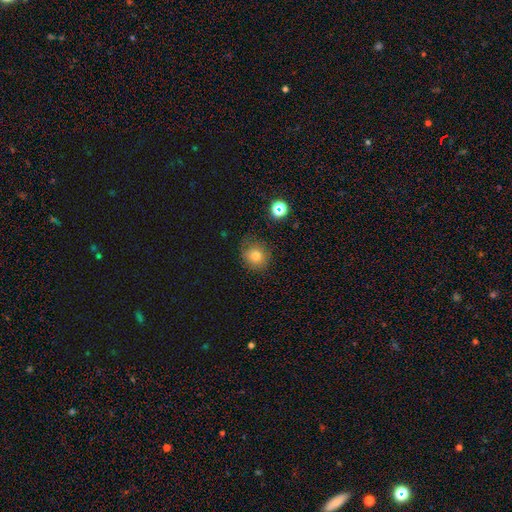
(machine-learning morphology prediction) This is likely a smooth galaxy (78%). How rounded: clearly round (83%). Merging: likely none (79%).